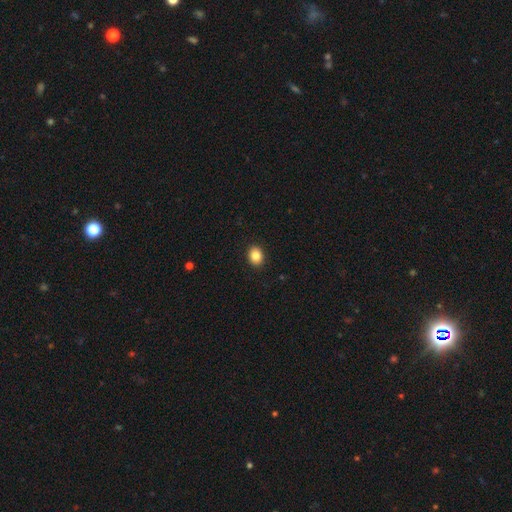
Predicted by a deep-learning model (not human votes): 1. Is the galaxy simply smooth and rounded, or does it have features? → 85% smooth, 9% star or artifact, 6% featured or disk.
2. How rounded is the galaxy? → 50% in between, 49% round, 1% cigar-shaped.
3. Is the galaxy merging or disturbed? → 91% none, 6% minor disturbance, 2% major disturbance, 1% merger.